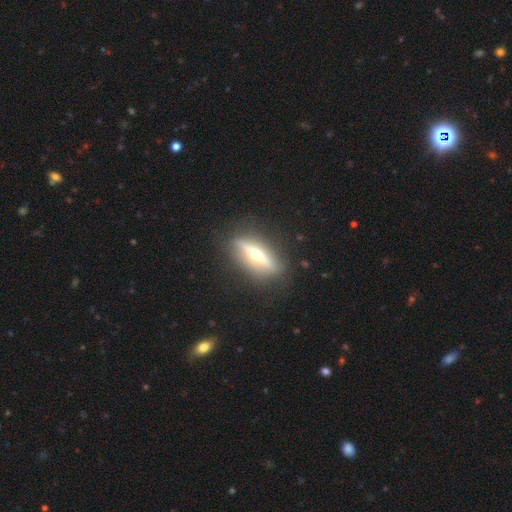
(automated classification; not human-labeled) Smooth or featured? featured or disk (69%)
Edge-on disk? yes (88%)
Edge-on bulge? rounded (95%)
Merging? none (86%)